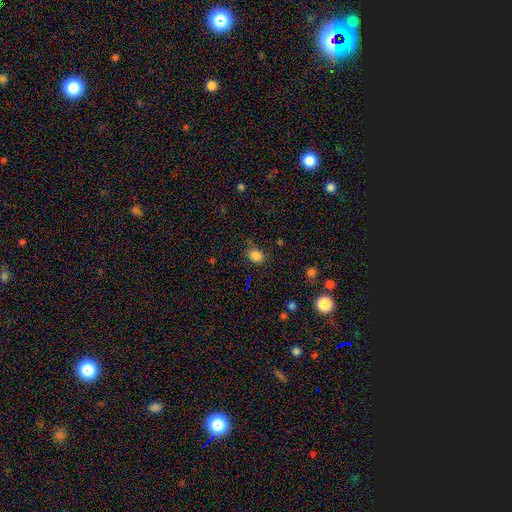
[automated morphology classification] Q: Smooth or featured?
A: smooth (83%); runner-up: star or artifact (13%)
Q: How rounded?
A: round (56%); runner-up: in between (43%)
Q: Merging?
A: none (80%); runner-up: minor disturbance (14%)